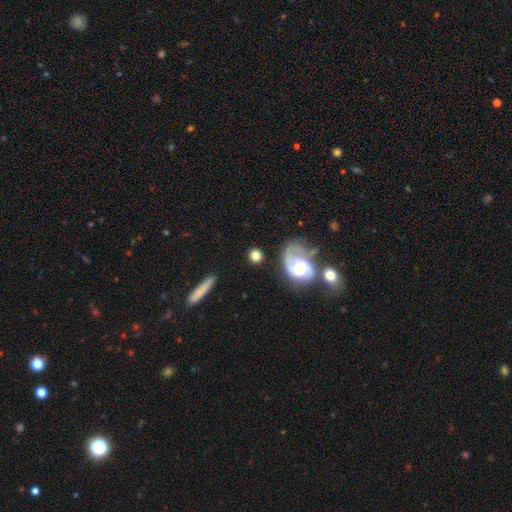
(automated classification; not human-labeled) A smooth galaxy with no disk features (67%) that is round (67%). Merging: none (68%).